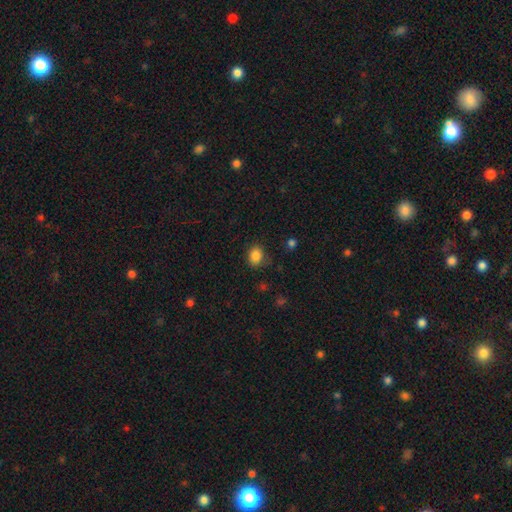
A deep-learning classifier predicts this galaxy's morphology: smooth-or-featured: smooth: 85% | star or artifact: 11% | featured or disk: 4%
  how-rounded: in between: 51% | round: 48% | cigar-shaped: 1%
  merging: none: 75% | minor disturbance: 18% | major disturbance: 5% | merger: 2%